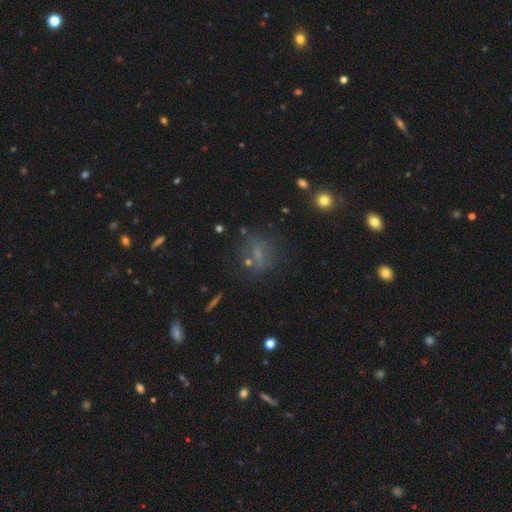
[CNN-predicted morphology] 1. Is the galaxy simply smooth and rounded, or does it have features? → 42% smooth, 36% star or artifact, 22% featured or disk.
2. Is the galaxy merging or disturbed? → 68% none, 15% minor disturbance, 10% major disturbance, 7% merger.